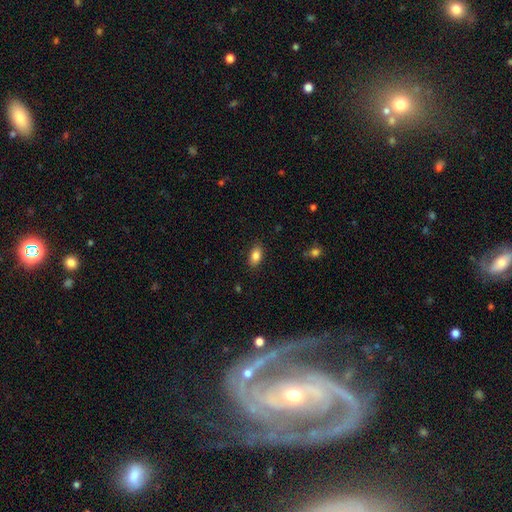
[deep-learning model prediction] smooth_or_featured: smooth (p=0.85) [alt: star or artifact p=0.08]
how_rounded: in between (p=0.90) [alt: round p=0.06]
merging: none (p=0.87) [alt: minor disturbance p=0.10]